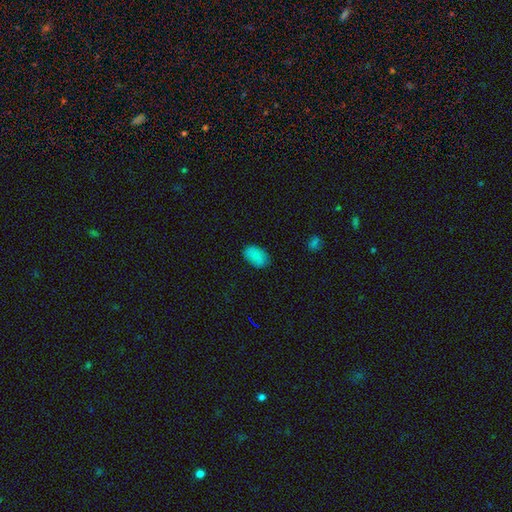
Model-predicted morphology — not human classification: Smooth or featured? smooth (85%)
How rounded? in between (91%)
Merging? none (82%)